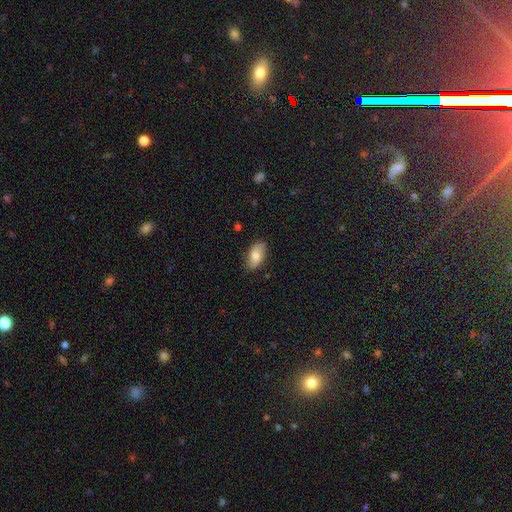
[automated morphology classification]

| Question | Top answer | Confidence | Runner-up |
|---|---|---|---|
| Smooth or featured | smooth | 57% | featured or disk (35%) |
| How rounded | in between | 91% | round (5%) |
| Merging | none | 80% | minor disturbance (15%) |